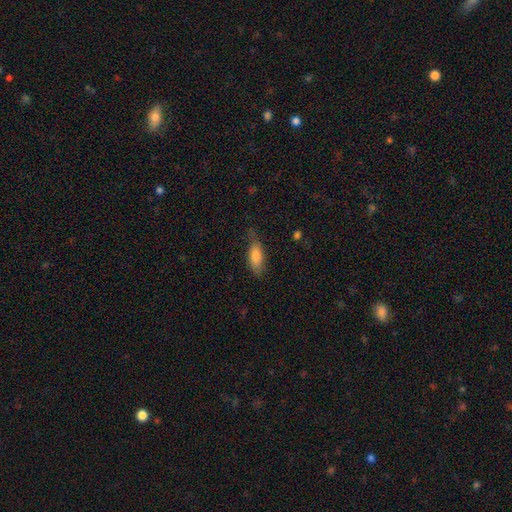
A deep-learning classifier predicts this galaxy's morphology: A smooth galaxy with no disk features (79%) that is in between round and cigar-shaped (74%).

Vote fractions:
- Smooth or featured? smooth: 79% / featured or disk: 14% / star or artifact: 7%
- How rounded? in between: 74% / cigar-shaped: 24% / round: 2%
- Merging? none: 66% / minor disturbance: 26% / major disturbance: 6% / merger: 2%